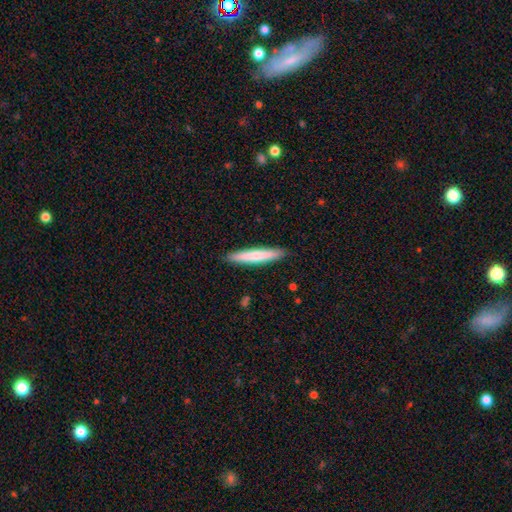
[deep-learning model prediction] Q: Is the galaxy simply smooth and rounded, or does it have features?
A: smooth — 69%.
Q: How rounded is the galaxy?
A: cigar-shaped — 94%.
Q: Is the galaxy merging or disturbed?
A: none — 91%.